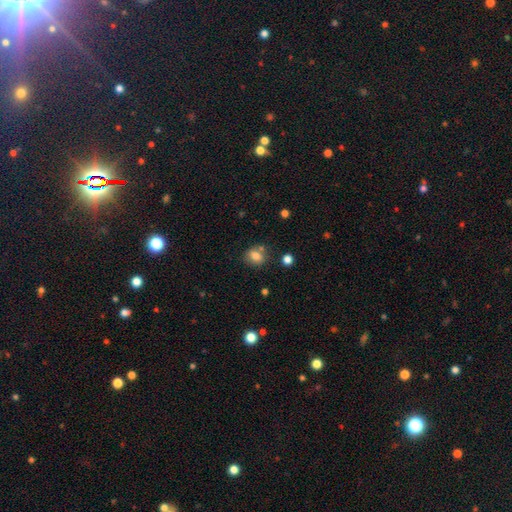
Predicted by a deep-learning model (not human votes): Smooth or featured? smooth (79%)
How rounded? round (64%)
Merging? none (71%)